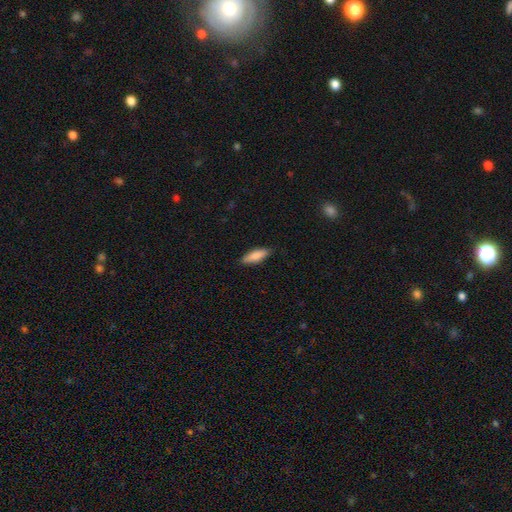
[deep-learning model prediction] smooth-or-featured: smooth: 83% | featured or disk: 11% | star or artifact: 6%
  how-rounded: in between: 56% | cigar-shaped: 43% | round: 2%
  merging: none: 86% | minor disturbance: 11% | major disturbance: 2% | merger: 1%